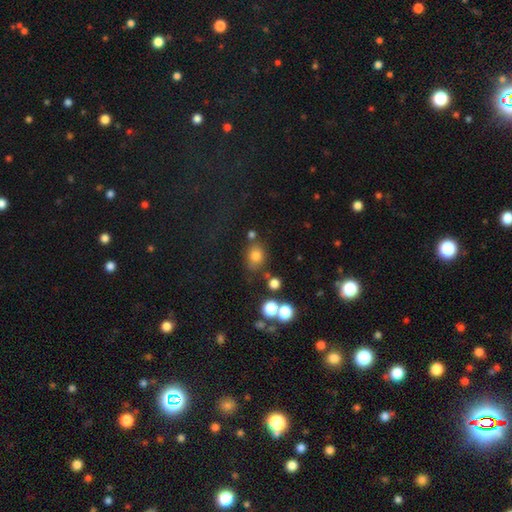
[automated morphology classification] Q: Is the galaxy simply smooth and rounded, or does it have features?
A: smooth — 77%.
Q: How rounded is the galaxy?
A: round — 55%.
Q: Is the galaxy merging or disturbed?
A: none — 67%.